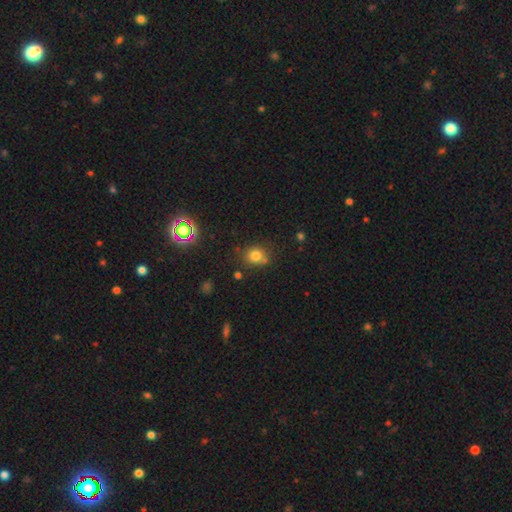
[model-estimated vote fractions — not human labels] smooth 76%, star or artifact 16%, featured or disk 8%. Down the decision tree: how rounded — round (71%); merging — none (70%).